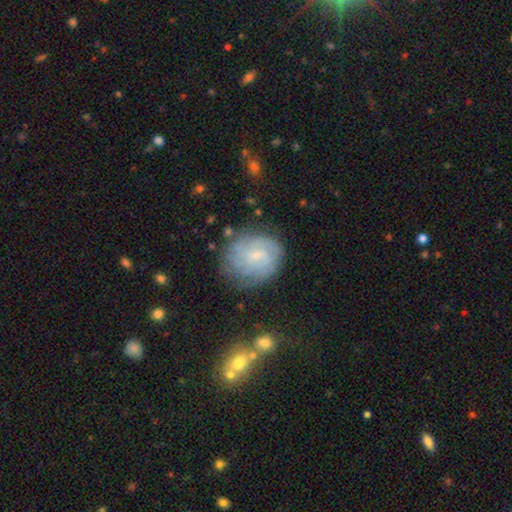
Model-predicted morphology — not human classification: smooth_or_featured: featured or disk (p=0.65) [alt: smooth p=0.27]
disk_edge_on: no (p=0.97) [alt: yes p=0.03]
bar: weak (p=0.49) [alt: no p=0.44]
has_spiral_arms: yes (p=0.88) [alt: no p=0.12]
spiral_winding: tight (p=0.59) [alt: medium p=0.31]
spiral_arm_count: can't tell (p=0.47) [alt: 3 p=0.16]
bulge_size: small (p=0.64) [alt: moderate p=0.22]
merging: none (p=0.68) [alt: minor disturbance p=0.20]